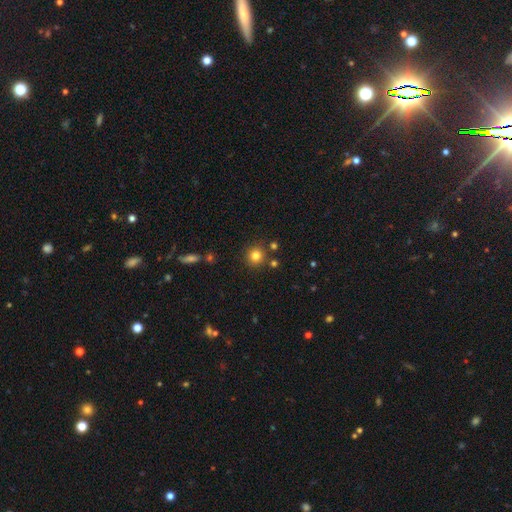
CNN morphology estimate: smooth_or_featured: smooth (p=0.80) [alt: star or artifact p=0.13]
how_rounded: round (p=0.93) [alt: in between p=0.06]
merging: none (p=0.85) [alt: minor disturbance p=0.07]